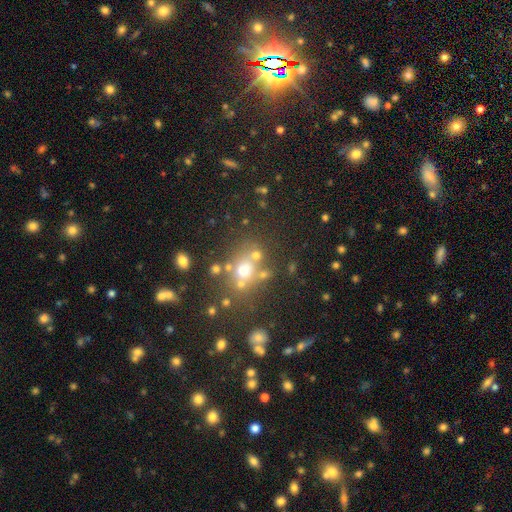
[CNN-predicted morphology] This is possibly a smooth galaxy (56%). How rounded: likely round (67%). Merging: possibly none (57%).